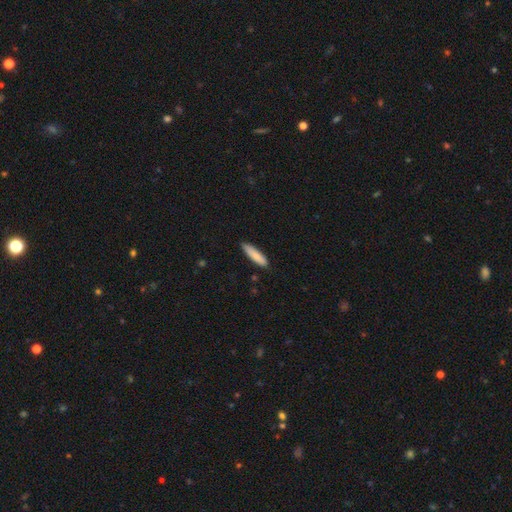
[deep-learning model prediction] This appears to be a smooth galaxy with no disk features (84%) that is cigar-shaped (75%). Merging: none (85%).